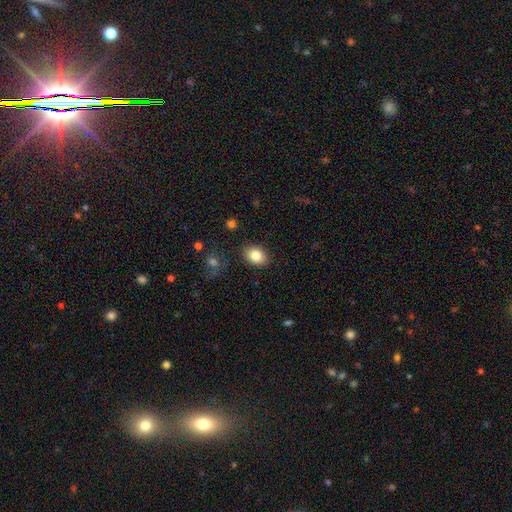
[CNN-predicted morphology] A smooth galaxy with no disk features (84%) that is in between round and cigar-shaped (77%). Merging: none (88%).